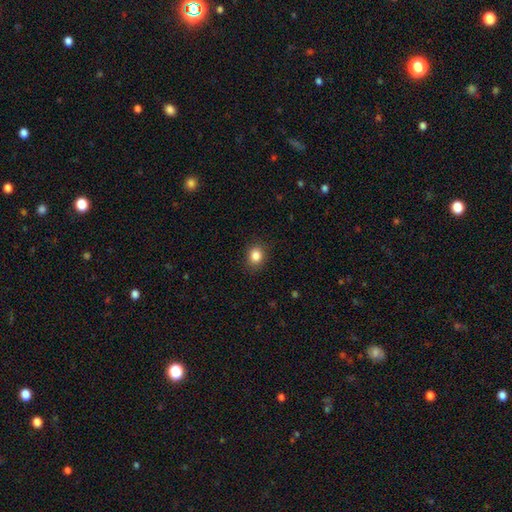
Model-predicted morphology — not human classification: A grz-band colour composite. It shows a smooth galaxy with no disk features (85%) that is round (61%). Merging: none (87%).